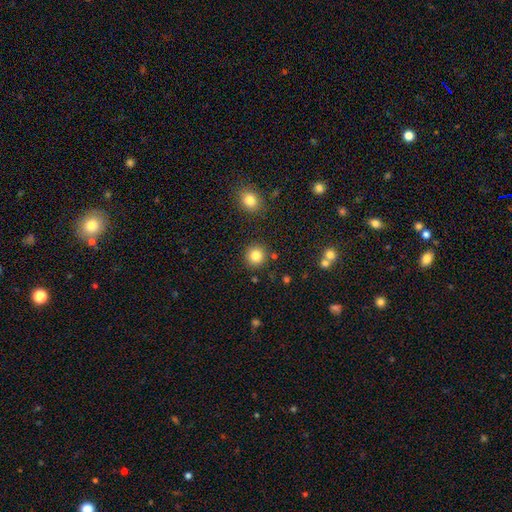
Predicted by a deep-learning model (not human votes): A smooth galaxy with no disk features (84%) that is round (93%). Merging: none (88%).